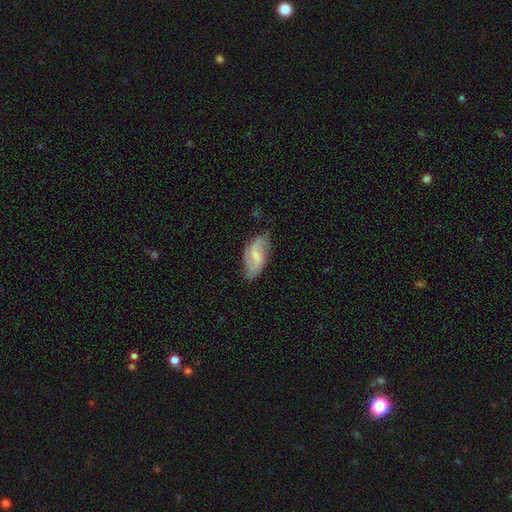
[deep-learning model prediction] Overall: featured or disk (58%; smooth 36%). Edge-on disk: no (94%). Bar: weak (56%; no 24%). Spiral arms: yes (86%). Bulge size: small (46%; moderate 30%). Merging: none (65%; minor disturbance 27%).